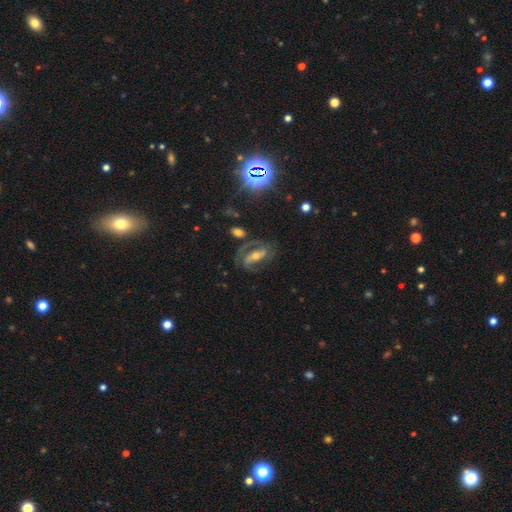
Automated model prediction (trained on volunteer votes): featured or disk 73%, star or artifact 16%, smooth 11%. Down the decision tree: edge-on disk — no (92%); bar — strong (47%); spiral arms — yes (89%); spiral arm count — 2 (79%); spiral winding — medium (47%); bulge size — moderate (50%); merging — none (65%).